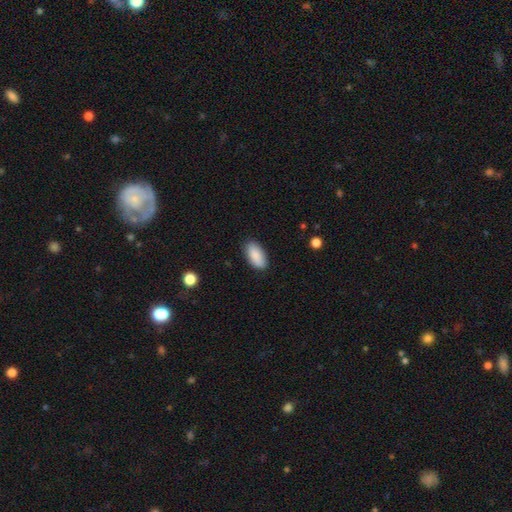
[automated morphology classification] The model was most divided on "merging": none: 87%, minor disturbance: 10%, major disturbance: 2%, merger: 1%. More confident: how rounded — in between (92%); smooth or featured — smooth (87%).